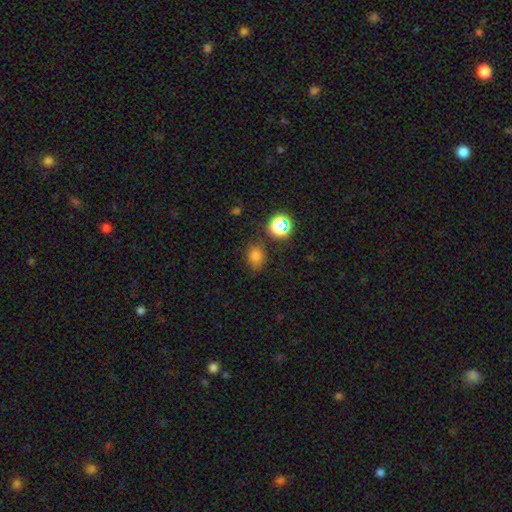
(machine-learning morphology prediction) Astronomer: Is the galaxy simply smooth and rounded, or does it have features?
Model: smooth — 74%.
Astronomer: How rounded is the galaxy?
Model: round — 51% (runner-up: in between, 48%).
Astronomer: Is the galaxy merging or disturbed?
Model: none — 74%.